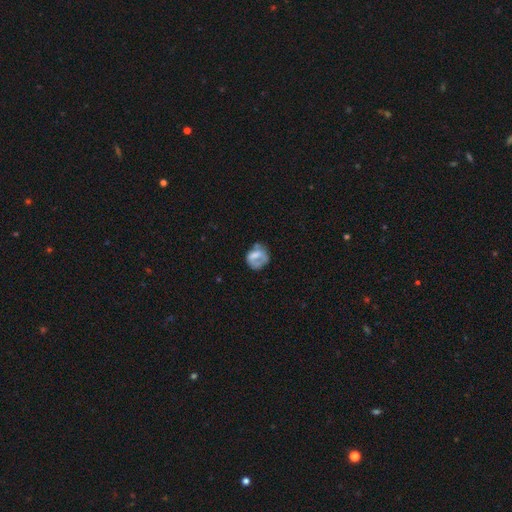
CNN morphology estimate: type=smooth (56%); roundness=round (68%); merging=none (42%).